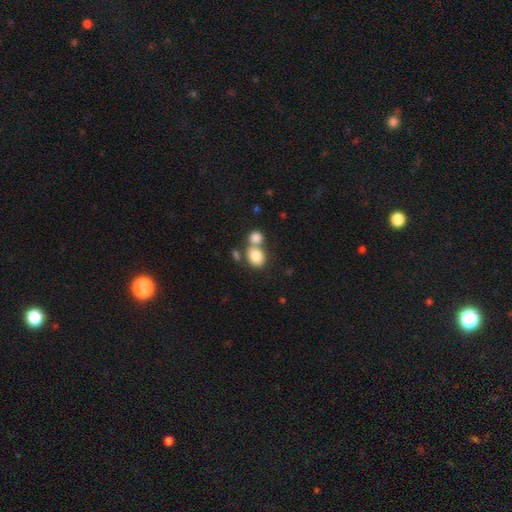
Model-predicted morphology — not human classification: Smooth or featured? Predicted: smooth (p=0.81). How rounded? Predicted: round (p=0.53). Merging? Predicted: none (p=0.45).